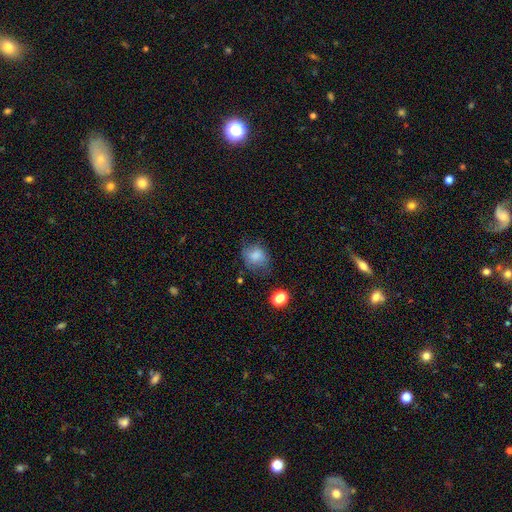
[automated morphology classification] The model was most divided on "how rounded": round: 57%, in between: 42%, cigar-shaped: 1%. More confident: smooth or featured — smooth (78%); merging — none (57%).